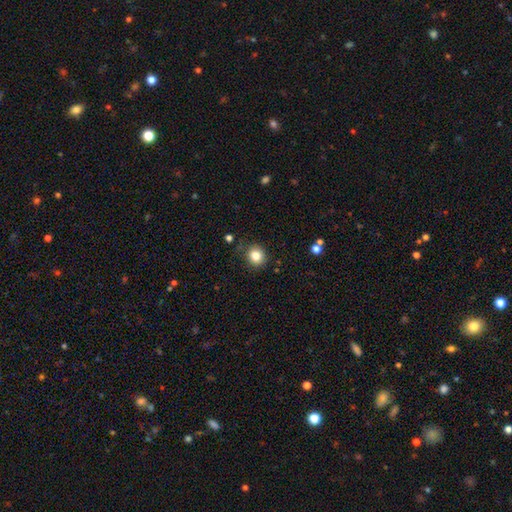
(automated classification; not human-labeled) This appears to be a smooth galaxy with no disk features (84%) that is round (84%). Merging: none (83%).